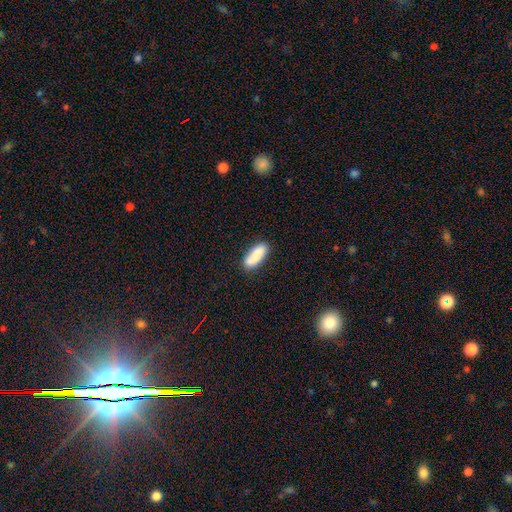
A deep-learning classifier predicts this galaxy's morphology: Smooth or featured? Predicted: smooth (p=0.84). How rounded? Predicted: in between (p=0.64). Merging? Predicted: none (p=0.81).